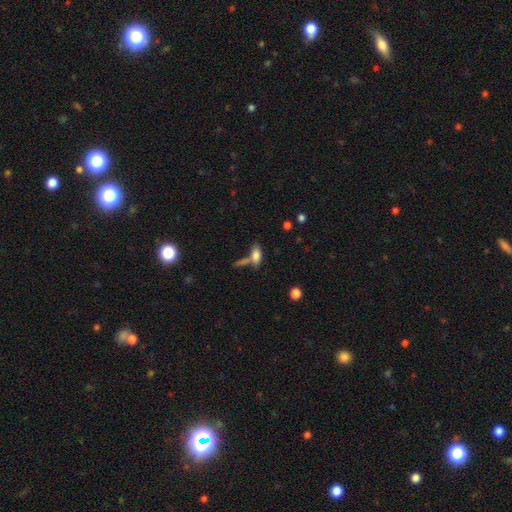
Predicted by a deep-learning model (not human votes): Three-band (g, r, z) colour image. It shows a smooth galaxy with no disk features (74%) that is in between round and cigar-shaped (79%). Merging: none (42%).